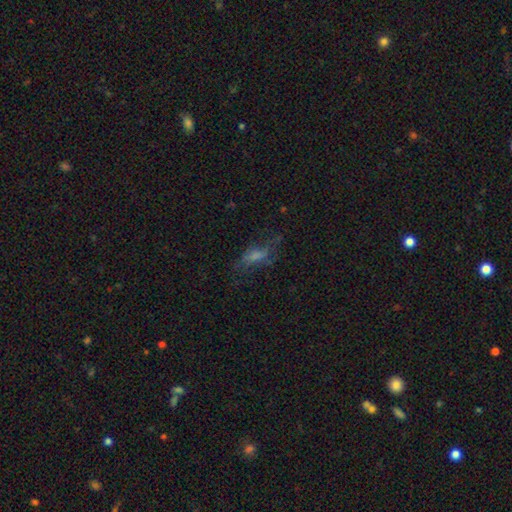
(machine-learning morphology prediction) Overall: smooth (42%; featured or disk 36%). Merging: none (54%; major disturbance 22%).